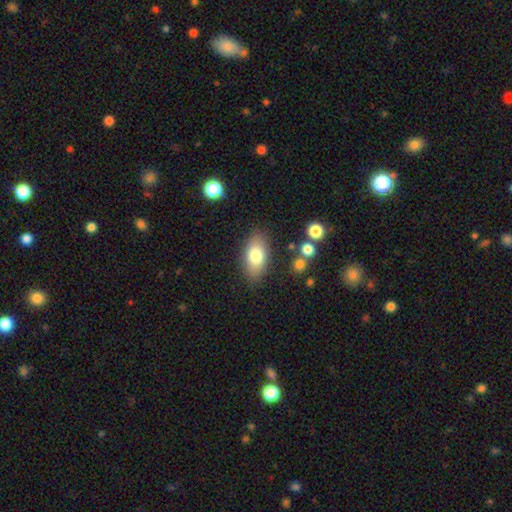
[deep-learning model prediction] This is likely a smooth galaxy (78%). How rounded: clearly in between (90%). Merging: clearly none (83%).